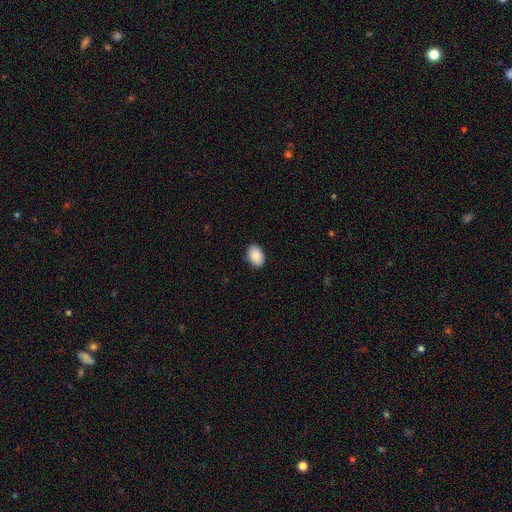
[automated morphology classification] smooth_or_featured: smooth (p=0.90) [alt: star or artifact p=0.07]
how_rounded: in between (p=0.86) [alt: round p=0.13]
merging: none (p=0.89) [alt: minor disturbance p=0.09]